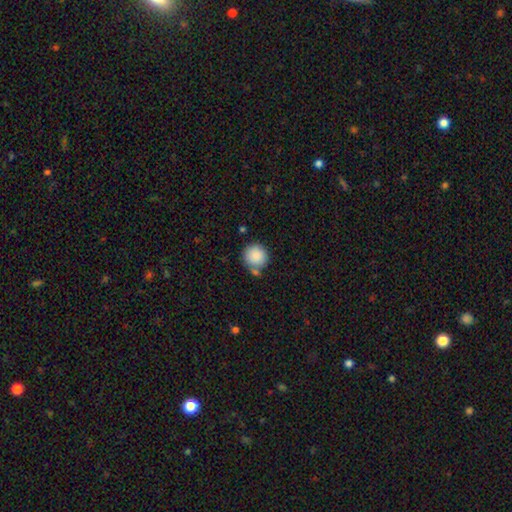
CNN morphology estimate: Smooth or featured?
  - smooth: 87% *
  - star or artifact: 8%
  - featured or disk: 5%
How rounded?
  - round: 93% *
  - in between: 7%
  - cigar-shaped: 1%
Merging?
  - none: 69% *
  - merger: 14%
  - minor disturbance: 13%
  - major disturbance: 4%